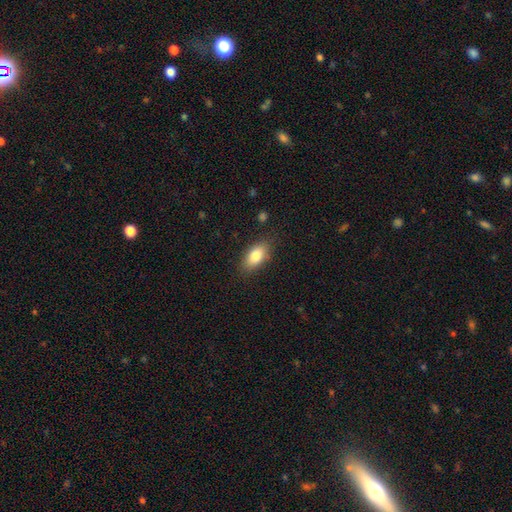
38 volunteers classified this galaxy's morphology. type=smooth (87%); roundness=in between (88%); merging=none (84%).